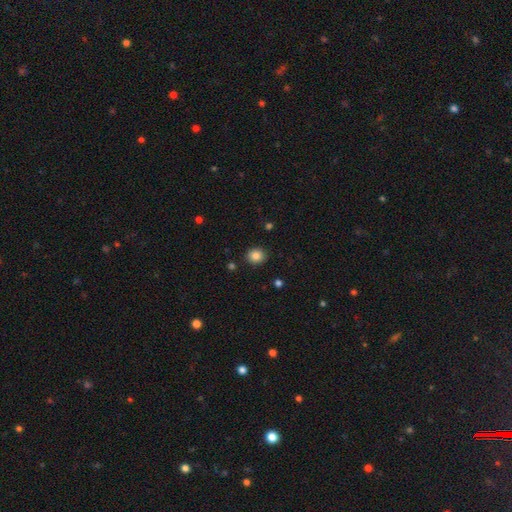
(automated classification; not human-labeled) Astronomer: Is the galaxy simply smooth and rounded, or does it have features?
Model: smooth — 85%.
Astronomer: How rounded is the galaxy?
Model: round — 74%.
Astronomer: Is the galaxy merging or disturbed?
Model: none — 89%.